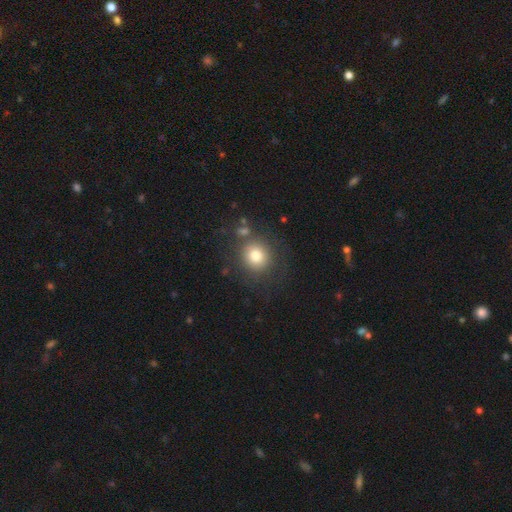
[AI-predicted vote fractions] smooth-or-featured: smooth: 78% | star or artifact: 11% | featured or disk: 11%
  how-rounded: round: 87% | in between: 12% | cigar-shaped: 1%
  merging: none: 79% | minor disturbance: 11% | major disturbance: 5% | merger: 5%